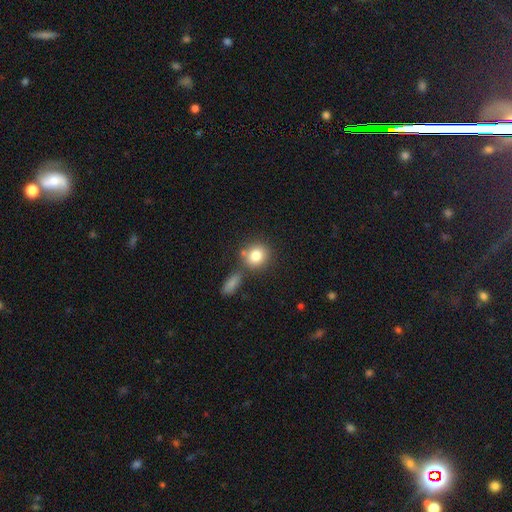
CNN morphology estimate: Smooth or featured: smooth — 81% (featured or disk — 9%)
How rounded: round — 81% (in between — 18%)
Merging: none — 66% (merger — 19%)